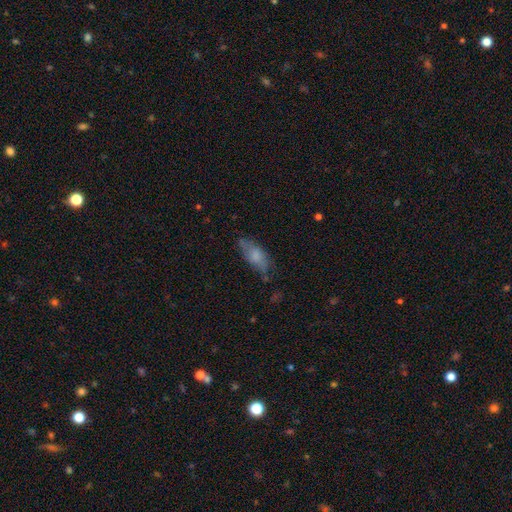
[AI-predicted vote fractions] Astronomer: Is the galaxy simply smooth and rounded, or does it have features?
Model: smooth — 69%.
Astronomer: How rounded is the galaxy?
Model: in between — 77%.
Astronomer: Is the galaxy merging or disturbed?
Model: none — 59%.